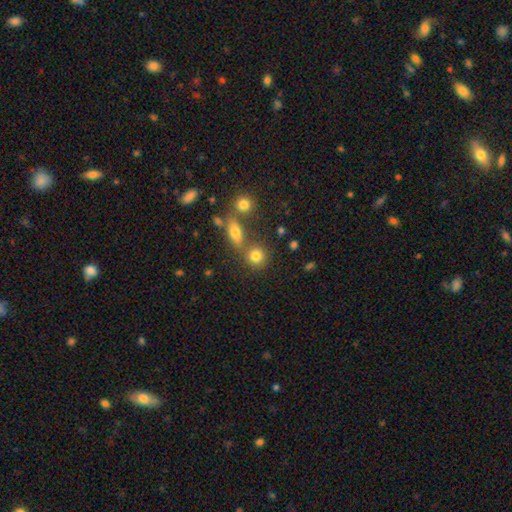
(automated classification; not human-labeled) Smooth or featured? smooth (79%)
How rounded? round (81%)
Merging? none (64%)